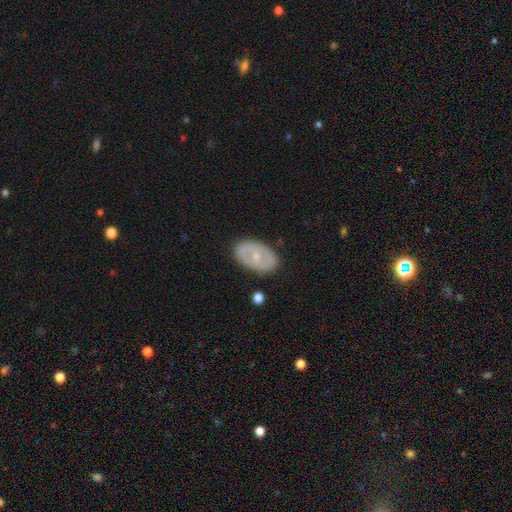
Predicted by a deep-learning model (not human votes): Overall: featured or disk (50%; smooth 43%). Edge-on disk: no (90%). Merging: none (85%).